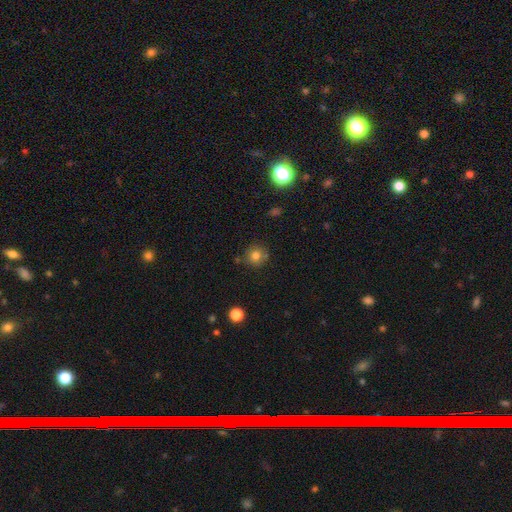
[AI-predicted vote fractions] Overall: smooth (78%). How rounded: round (91%). Merging: none (80%).